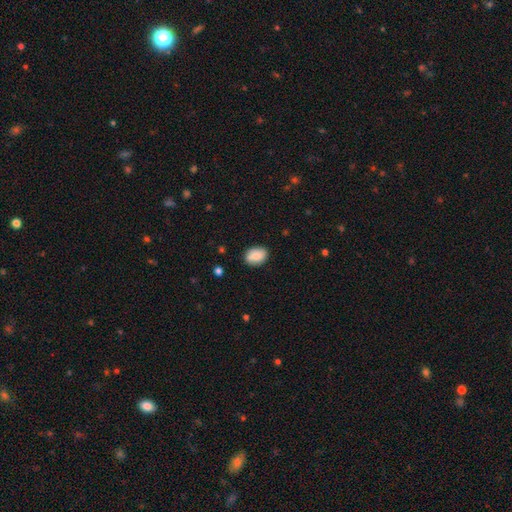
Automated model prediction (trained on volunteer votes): The model was most divided on "how rounded": in between: 72%, round: 26%, cigar-shaped: 1%. More confident: merging — none (81%); smooth or featured — smooth (78%).